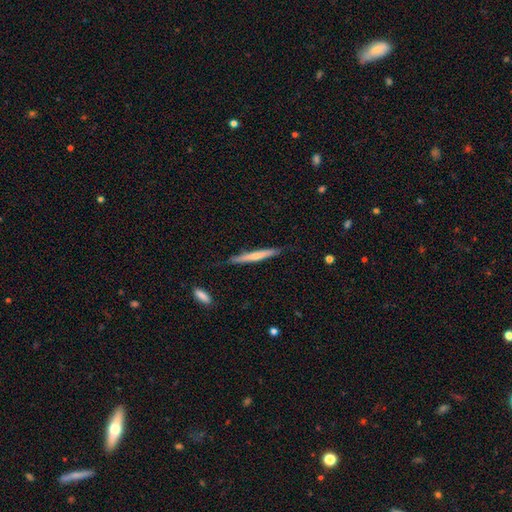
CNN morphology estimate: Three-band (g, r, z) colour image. It shows a smooth galaxy with no disk features (54%) that is cigar-shaped (96%). Merging: none (82%).